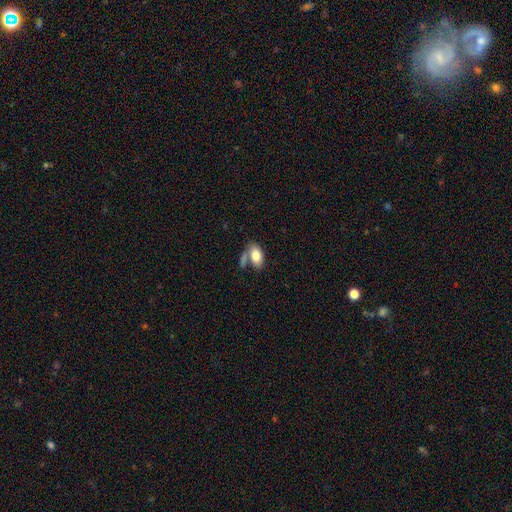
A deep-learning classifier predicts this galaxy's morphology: This appears to be a smooth galaxy with no disk features (79%) that is in between round and cigar-shaped (91%). Merging: none (46%).